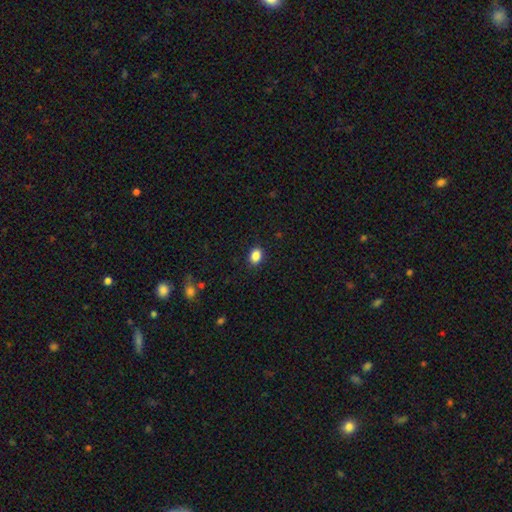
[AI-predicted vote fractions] This is clearly a smooth galaxy (87%). How rounded: likely in between (69%). Merging: clearly none (89%).